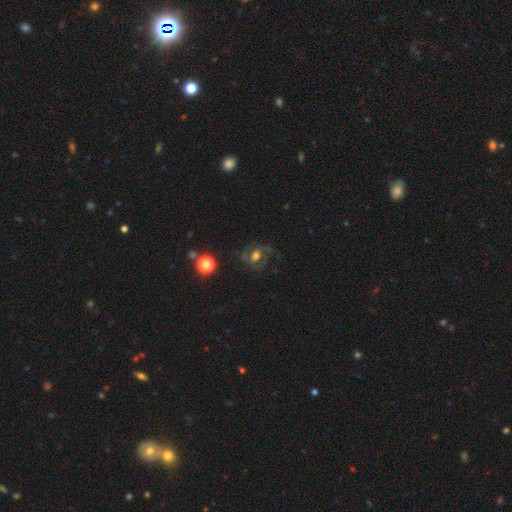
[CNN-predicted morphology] This appears to be a featured or disk galaxy (58%) with no bar (43%), spiral arms (78%) and a moderate central bulge (50%). Merging: none (63%).